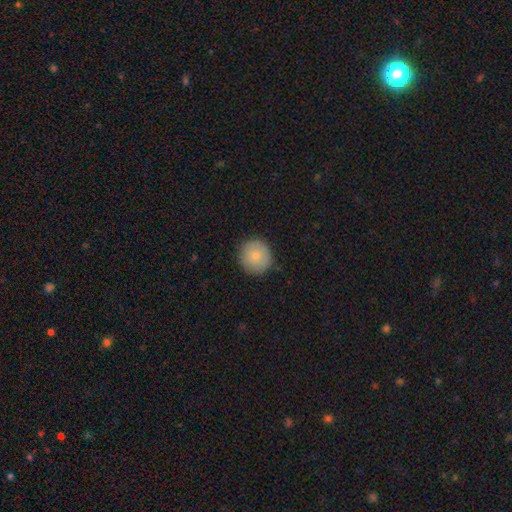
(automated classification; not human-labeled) A smooth galaxy with no disk features (84%) that is round (92%). Merging: none (88%).